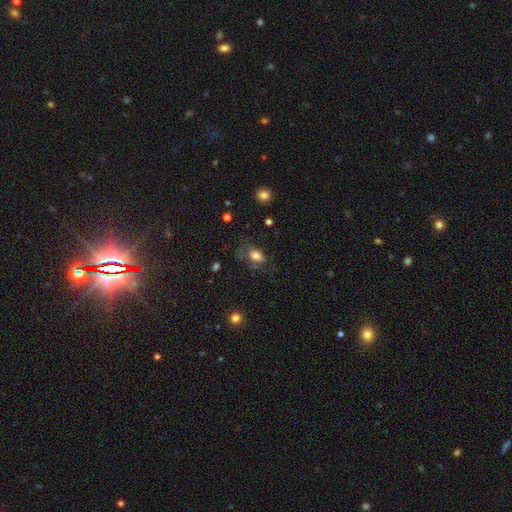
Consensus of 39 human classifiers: Morphology: type=smooth (77%); roundness=in between (57%); merging=none (49%).